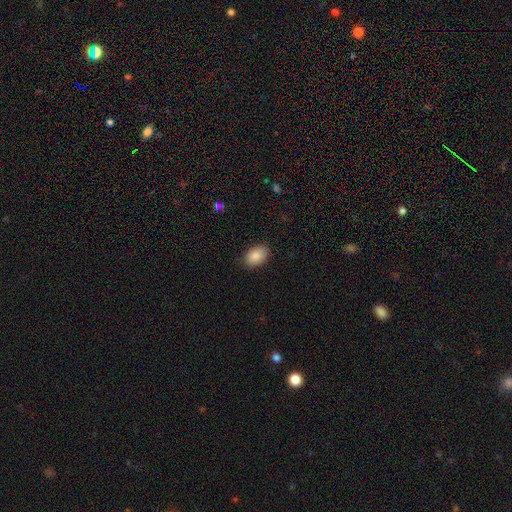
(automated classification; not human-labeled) Overall: smooth (88%). How rounded: in between (89%). Merging: none (87%).